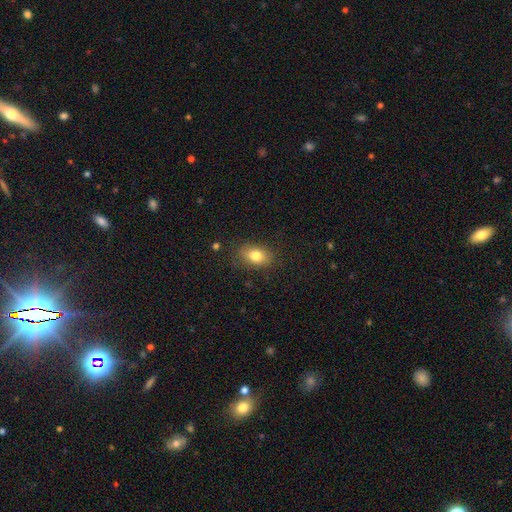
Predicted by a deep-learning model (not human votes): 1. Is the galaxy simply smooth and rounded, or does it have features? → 81% smooth, 10% featured or disk, 9% star or artifact.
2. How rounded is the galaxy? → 82% in between, 16% round, 2% cigar-shaped.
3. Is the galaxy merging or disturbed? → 83% none, 12% minor disturbance, 3% major disturbance, 1% merger.